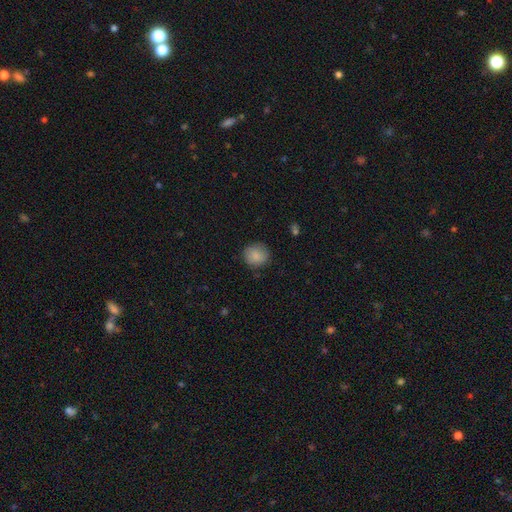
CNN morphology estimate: This is clearly a smooth galaxy (87%). How rounded: clearly round (89%). Merging: clearly none (86%).